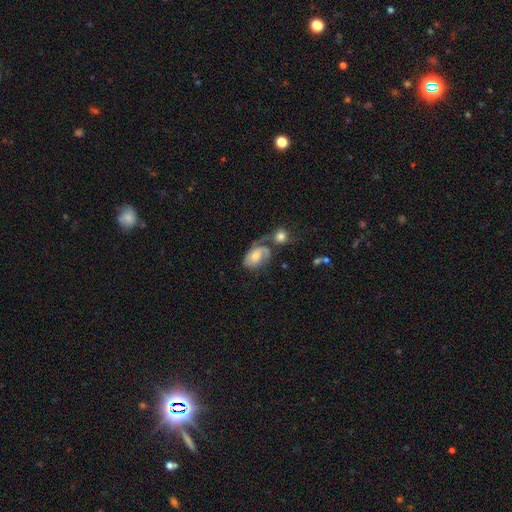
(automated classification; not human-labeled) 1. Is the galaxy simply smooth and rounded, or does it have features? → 59% featured or disk, 34% smooth, 7% star or artifact.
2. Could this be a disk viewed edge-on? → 96% no, 4% yes.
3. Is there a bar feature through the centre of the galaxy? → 68% no, 26% weak, 6% strong.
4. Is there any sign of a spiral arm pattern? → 85% yes, 15% no.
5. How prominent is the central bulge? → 50% moderate, 34% small, 9% large, 6% none, 2% dominant.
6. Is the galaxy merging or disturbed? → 32% merger, 29% none, 22% major disturbance, 17% minor disturbance.